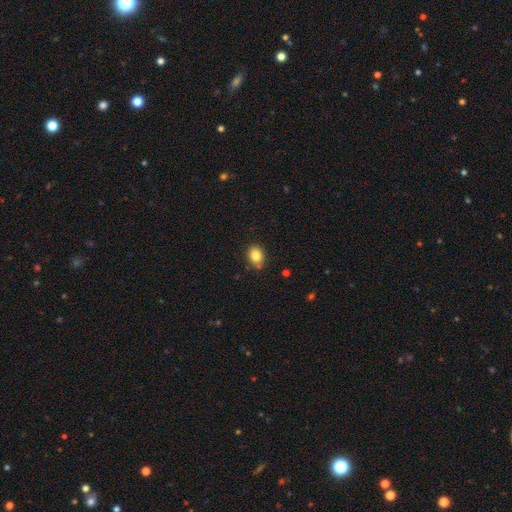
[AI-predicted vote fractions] The model was most divided on "how rounded": in between: 54%, round: 45%, cigar-shaped: 1%. More confident: smooth or featured — smooth (84%); merging — none (77%).